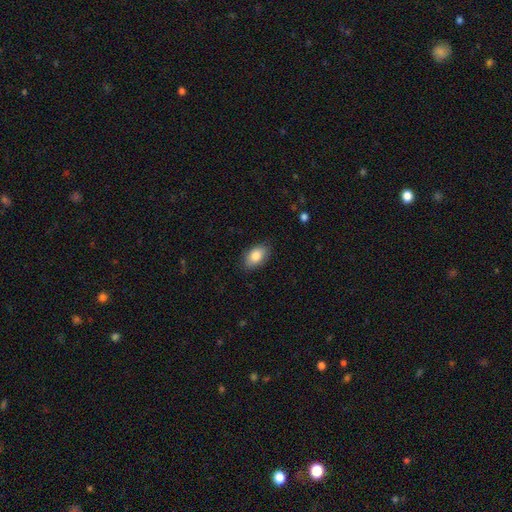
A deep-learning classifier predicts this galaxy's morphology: Q: Smooth or featured?
A: smooth (84%); runner-up: featured or disk (9%)
Q: How rounded?
A: in between (90%); runner-up: round (8%)
Q: Merging?
A: none (83%); runner-up: minor disturbance (14%)